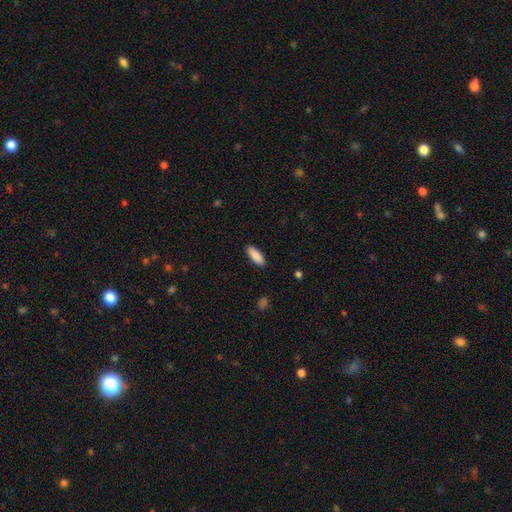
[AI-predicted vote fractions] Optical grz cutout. It shows a smooth galaxy with no disk features (88%) that is in between round and cigar-shaped (69%). Merging: none (90%).